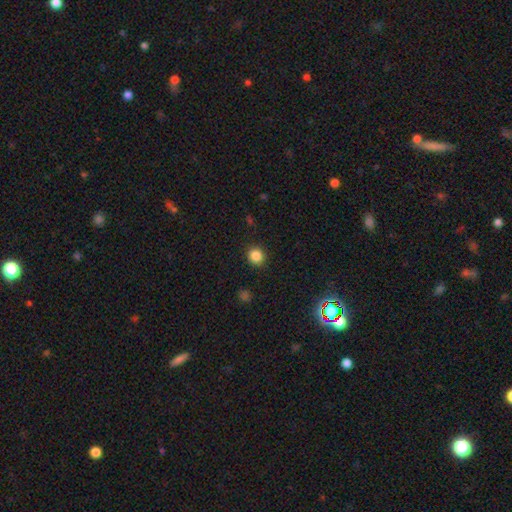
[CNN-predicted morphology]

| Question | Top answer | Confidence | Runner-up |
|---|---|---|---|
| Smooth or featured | smooth | 85% | star or artifact (12%) |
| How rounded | round | 88% | in between (11%) |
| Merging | none | 91% | minor disturbance (6%) |